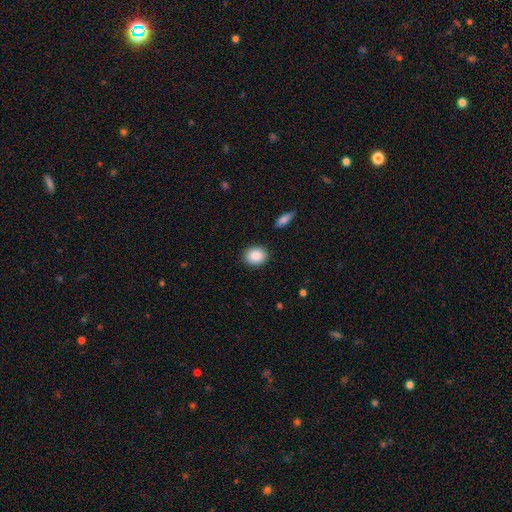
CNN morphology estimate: Q: Smooth or featured?
A: smooth (88%); runner-up: star or artifact (7%)
Q: How rounded?
A: round (56%); runner-up: in between (43%)
Q: Merging?
A: none (89%); runner-up: minor disturbance (7%)